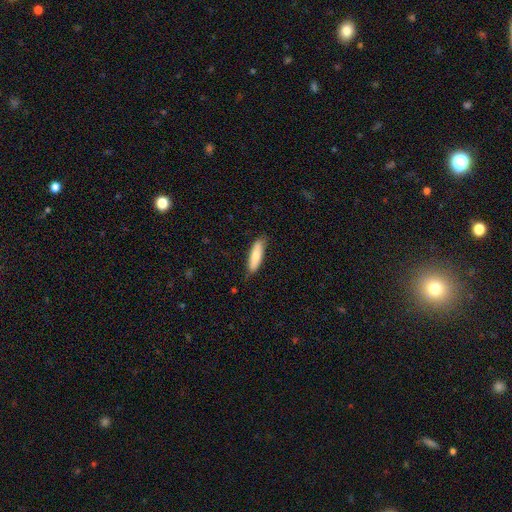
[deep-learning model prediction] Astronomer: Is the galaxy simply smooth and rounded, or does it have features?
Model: smooth — 78%.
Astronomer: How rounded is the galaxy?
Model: cigar-shaped — 63%.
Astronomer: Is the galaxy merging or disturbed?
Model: none — 82%.